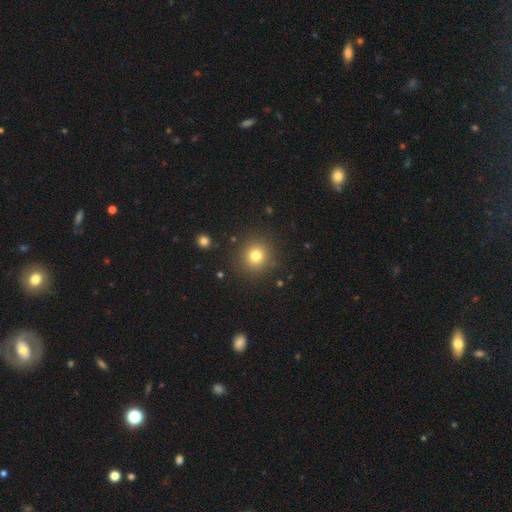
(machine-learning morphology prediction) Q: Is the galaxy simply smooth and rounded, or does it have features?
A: smooth — 78%.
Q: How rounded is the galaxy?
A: round — 92%.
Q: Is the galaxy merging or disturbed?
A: none — 89%.